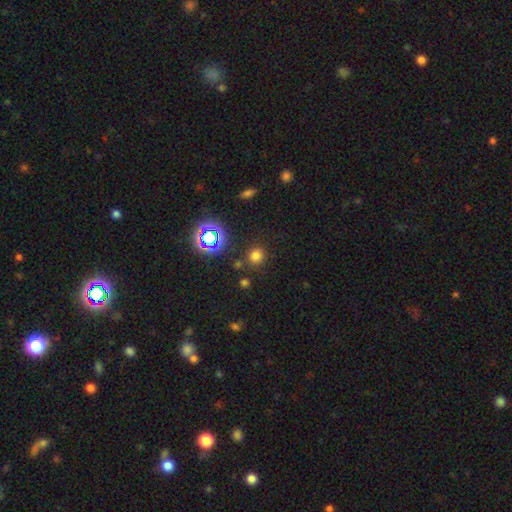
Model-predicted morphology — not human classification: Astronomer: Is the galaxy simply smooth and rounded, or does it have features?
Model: smooth — 69%.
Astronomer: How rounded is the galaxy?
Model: round — 88%.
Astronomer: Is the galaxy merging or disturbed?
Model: none — 82%.